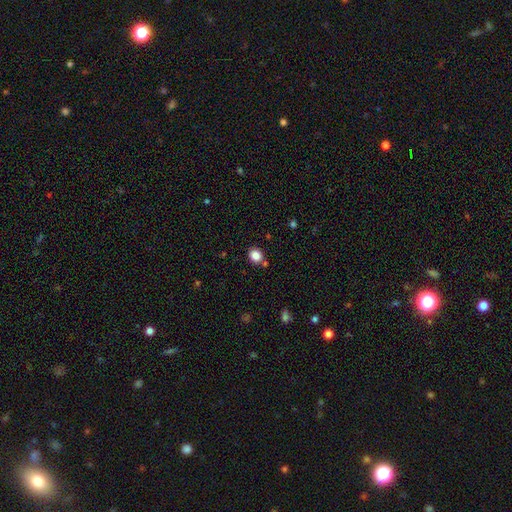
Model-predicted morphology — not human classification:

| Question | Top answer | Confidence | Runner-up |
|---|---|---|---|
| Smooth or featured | smooth | 85% | star or artifact (11%) |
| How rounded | round | 69% | in between (30%) |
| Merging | none | 82% | minor disturbance (9%) |